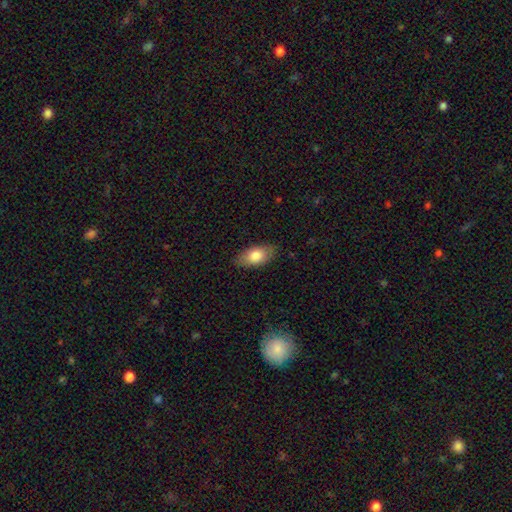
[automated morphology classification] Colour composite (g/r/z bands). It shows a smooth galaxy with no disk features (79%) that is in between round and cigar-shaped (91%). Merging: none (84%).